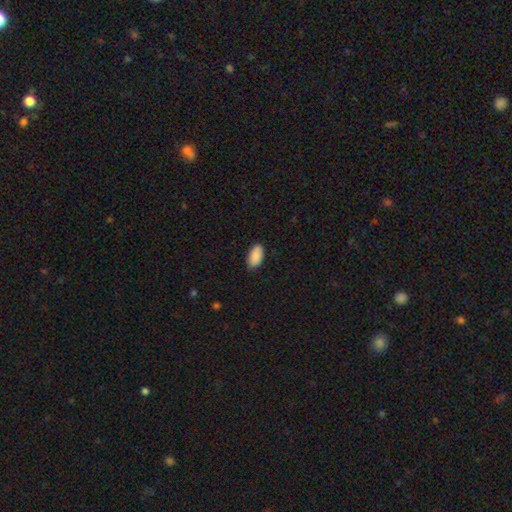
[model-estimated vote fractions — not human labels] Smooth or featured? smooth (90%)
How rounded? in between (95%)
Merging? none (86%)